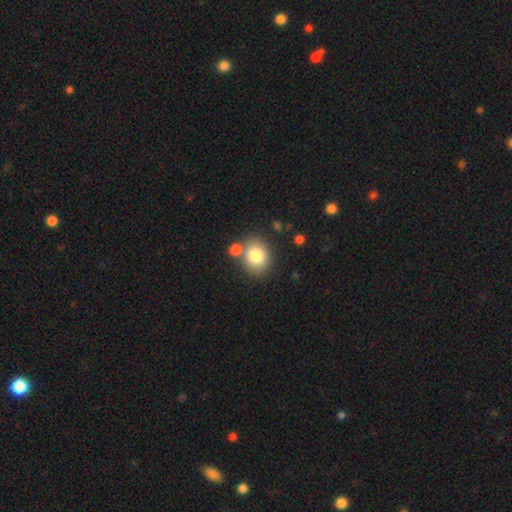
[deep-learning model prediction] Smooth or featured?
  - smooth: 80% *
  - featured or disk: 10%
  - star or artifact: 9%
How rounded?
  - round: 68% *
  - in between: 32%
  - cigar-shaped: 1%
Merging?
  - none: 69% *
  - merger: 16%
  - minor disturbance: 11%
  - major disturbance: 4%